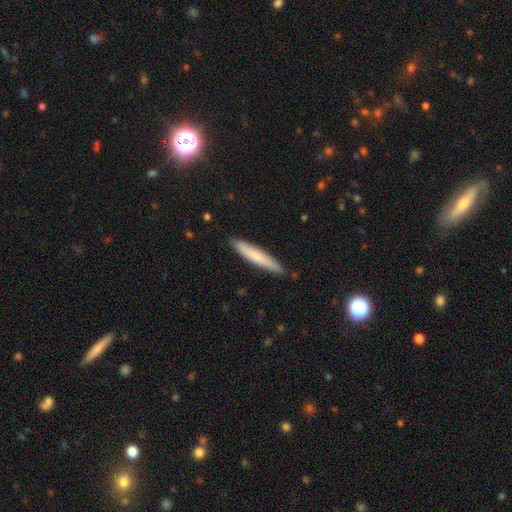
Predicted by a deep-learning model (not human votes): Smooth or featured?
  - smooth: 72% *
  - featured or disk: 23%
  - star or artifact: 6%
How rounded?
  - cigar-shaped: 93% *
  - in between: 6%
  - round: 1%
Merging?
  - none: 89% *
  - minor disturbance: 9%
  - major disturbance: 1%
  - merger: 1%